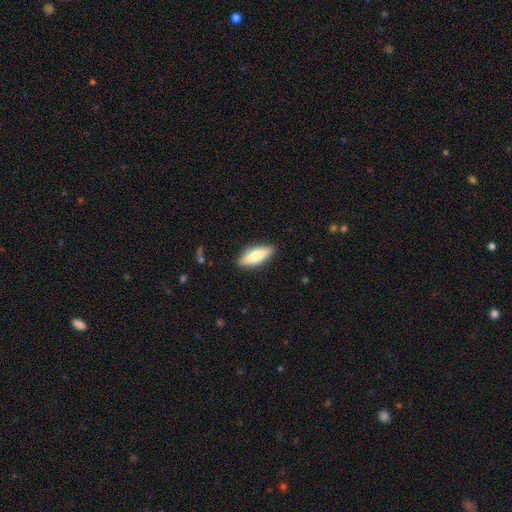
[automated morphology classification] type=smooth (65%); roundness=in between (54%); merging=none (88%).